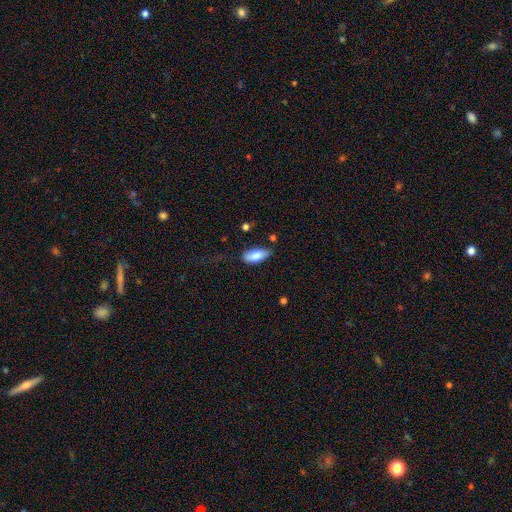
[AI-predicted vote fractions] Smooth or featured? smooth (80%)
How rounded? in between (88%)
Merging? none (72%)